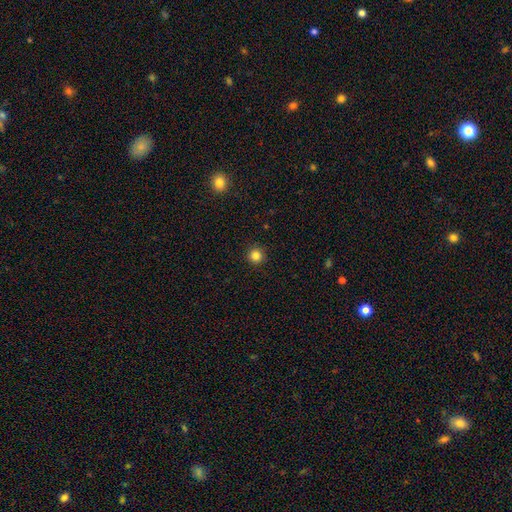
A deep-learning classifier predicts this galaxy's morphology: Smooth or featured? Predicted: smooth (p=0.84). How rounded? Predicted: round (p=0.96). Merging? Predicted: none (p=0.93).